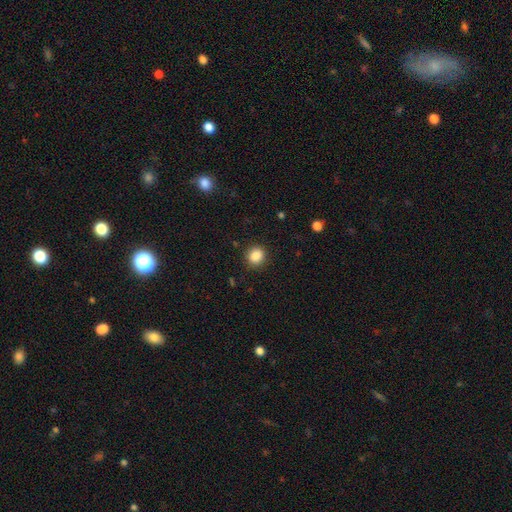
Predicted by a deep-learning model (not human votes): This is clearly a smooth galaxy (87%). How rounded: clearly round (82%). Merging: clearly none (89%).